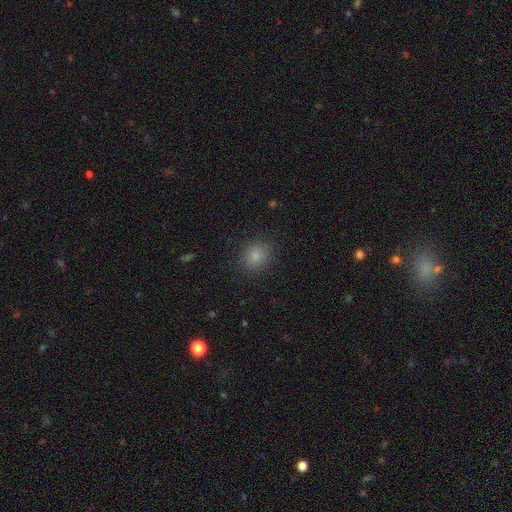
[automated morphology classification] Smooth or featured?
  - smooth: 83% *
  - star or artifact: 12%
  - featured or disk: 6%
How rounded?
  - round: 67% *
  - in between: 32%
  - cigar-shaped: 1%
Merging?
  - none: 87% *
  - minor disturbance: 9%
  - major disturbance: 3%
  - merger: 1%